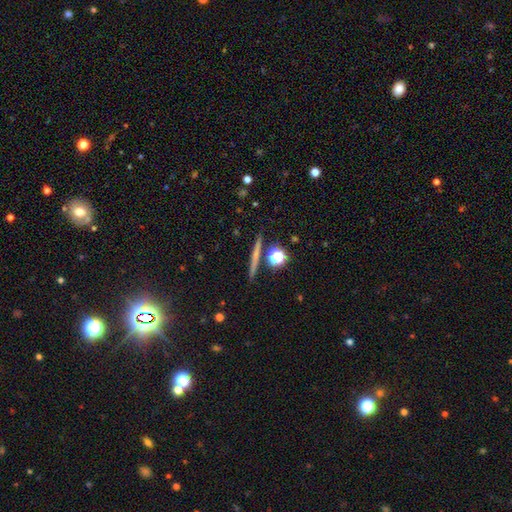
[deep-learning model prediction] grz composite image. It shows a smooth galaxy with no disk features (45%). Merging: none (88%).